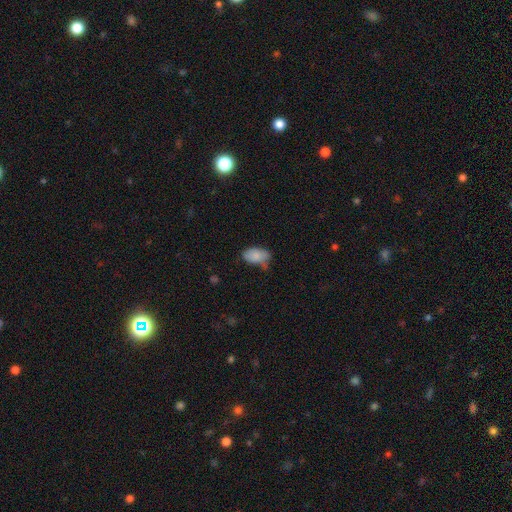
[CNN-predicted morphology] type=smooth (83%); roundness=in between (92%); merging=none (48%).